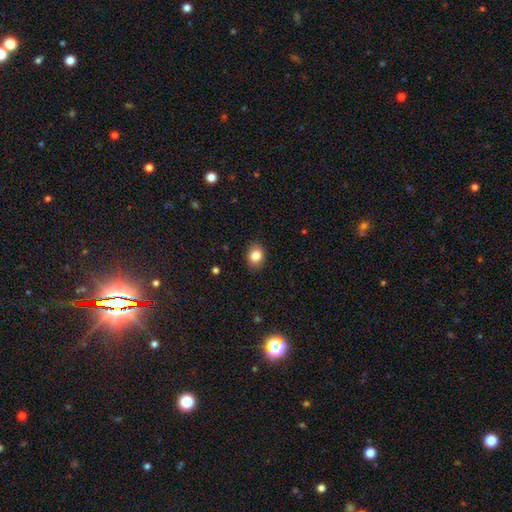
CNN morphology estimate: type=smooth (84%); roundness=in between (52%); merging=none (88%).